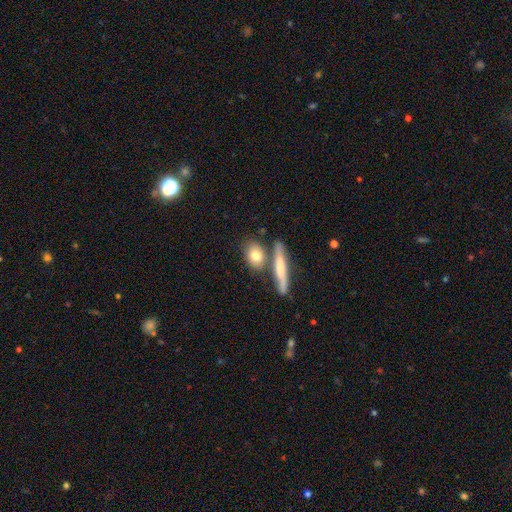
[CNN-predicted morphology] Overall: smooth (75%). How rounded: in between (48%; round 31%). Merging: none (64%).